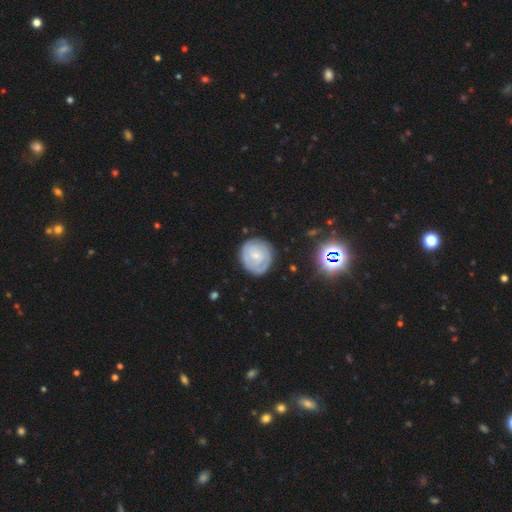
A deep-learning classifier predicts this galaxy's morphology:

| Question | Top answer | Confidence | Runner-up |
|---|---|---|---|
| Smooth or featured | featured or disk | 50% | smooth (43%) |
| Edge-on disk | no | 97% | yes (3%) |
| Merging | none | 76% | minor disturbance (17%) |